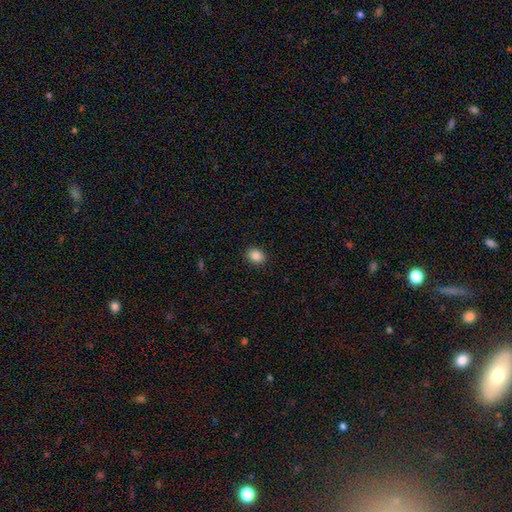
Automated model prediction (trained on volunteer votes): A smooth galaxy with no disk features (87%) that is in between round and cigar-shaped (50%). Merging: none (90%).